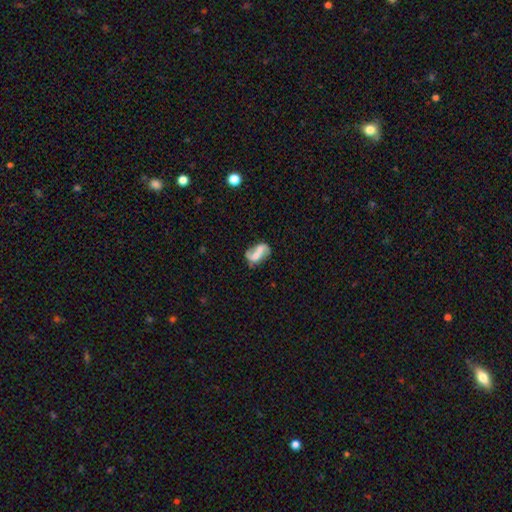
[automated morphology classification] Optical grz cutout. It shows a featured or disk galaxy (66%) with no bar (43%), 2 (84%) loose (59%) spiral arms (80%) and a moderate central bulge (38%). Merging: none (48%).